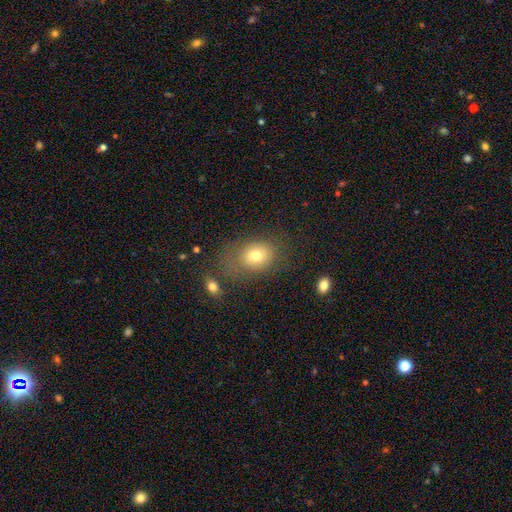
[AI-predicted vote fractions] smooth 74%, featured or disk 14%, star or artifact 12%. Down the decision tree: how rounded — in between (61%); merging — none (62%).